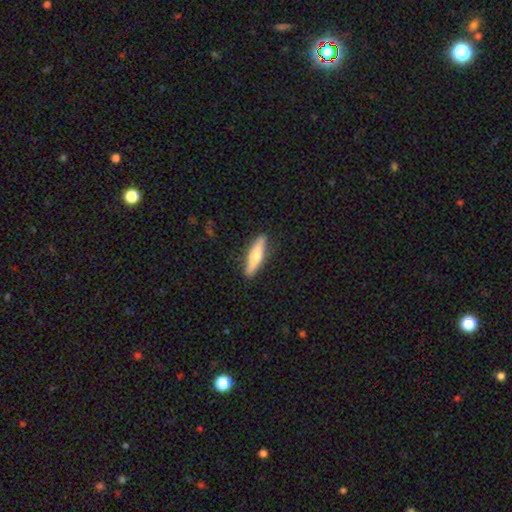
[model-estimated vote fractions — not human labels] smooth_or_featured: smooth (p=0.60) [alt: featured or disk p=0.35]
how_rounded: cigar-shaped (p=0.79) [alt: in between p=0.19]
merging: none (p=0.88) [alt: minor disturbance p=0.09]